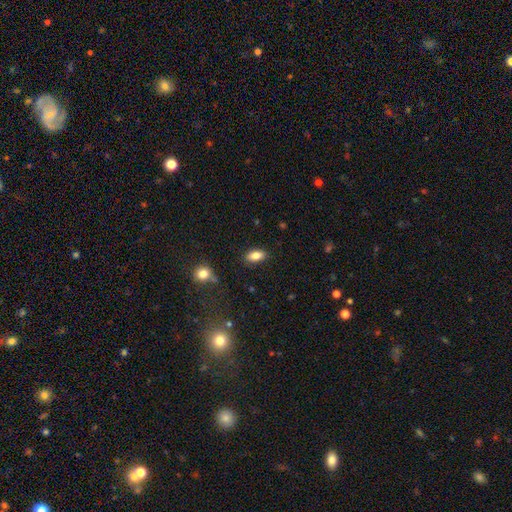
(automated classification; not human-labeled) This is clearly a smooth galaxy (83%). How rounded: clearly in between (89%). Merging: clearly none (87%).